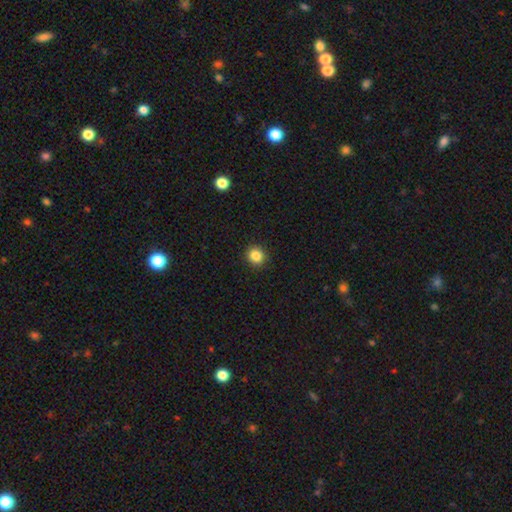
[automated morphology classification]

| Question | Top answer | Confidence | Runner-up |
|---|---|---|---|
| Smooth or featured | smooth | 85% | star or artifact (11%) |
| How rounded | round | 87% | in between (12%) |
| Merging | none | 92% | minor disturbance (5%) |